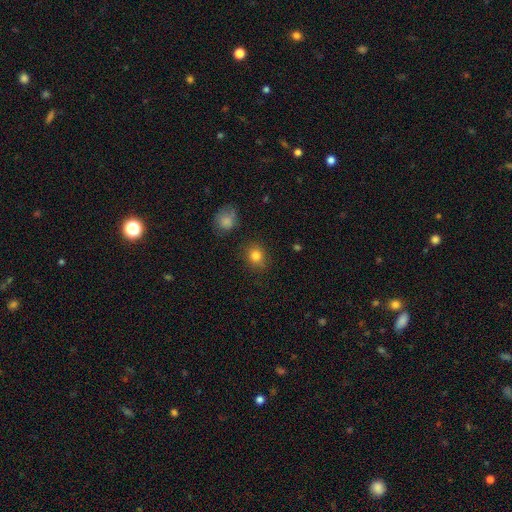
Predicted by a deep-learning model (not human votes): This is clearly a smooth galaxy (82%). How rounded: likely round (77%). Merging: clearly none (83%).